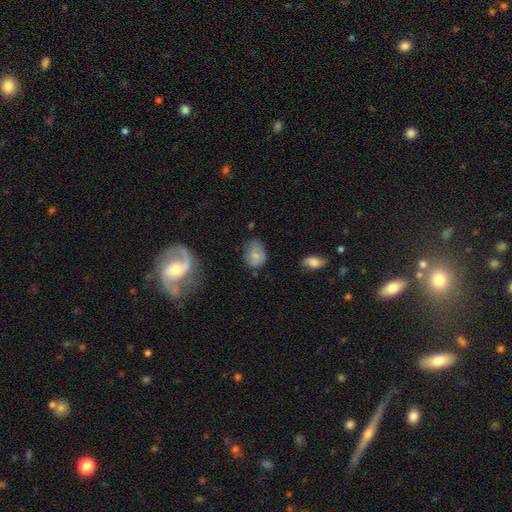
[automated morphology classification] Overall: smooth (73%). How rounded: in between (65%; round 34%). Merging: none (59%; minor disturbance 29%).